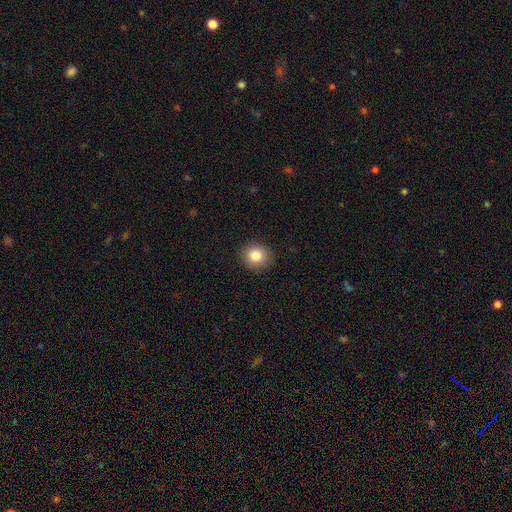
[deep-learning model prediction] A smooth galaxy with no disk features (83%) that is round (84%). Merging: none (90%).